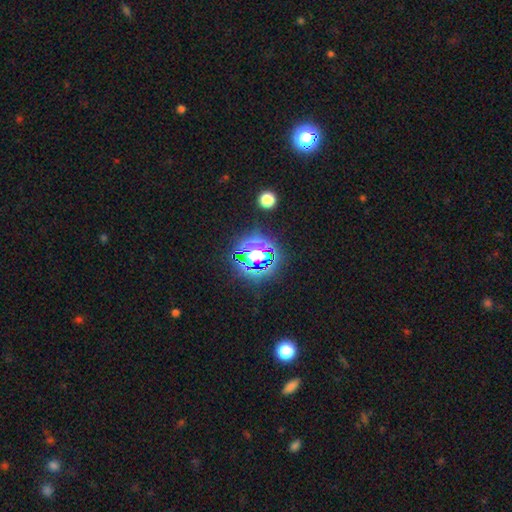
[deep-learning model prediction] This appears to be a star or artifact, not a galaxy (66%).